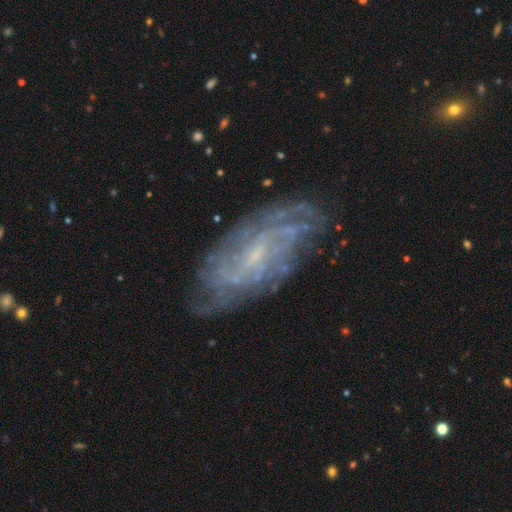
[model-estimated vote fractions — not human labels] Smooth or featured: featured or disk — 81% (smooth — 11%)
Edge-on disk: no — 92% (yes — 8%)
Bar: no — 46% (weak — 43%)
Spiral arms: yes — 90% (no — 10%)
Spiral winding: tight — 58% (medium — 31%)
Spiral arm count: can't tell — 52% (4 — 13%)
Bulge size: small — 72% (none — 13%)
Merging: none — 76% (minor disturbance — 16%)